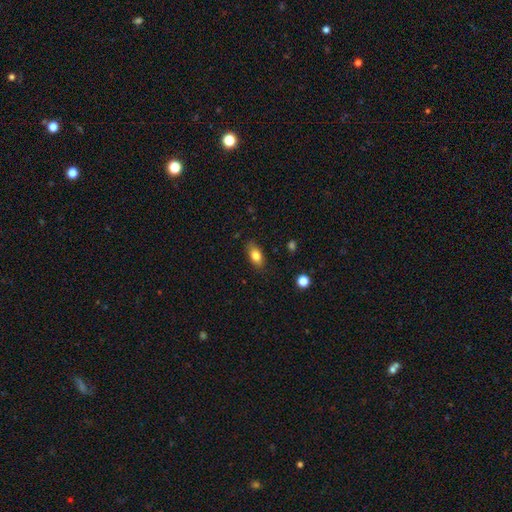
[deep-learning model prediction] Smooth or featured? smooth (80%)
How rounded? in between (85%)
Merging? none (83%)